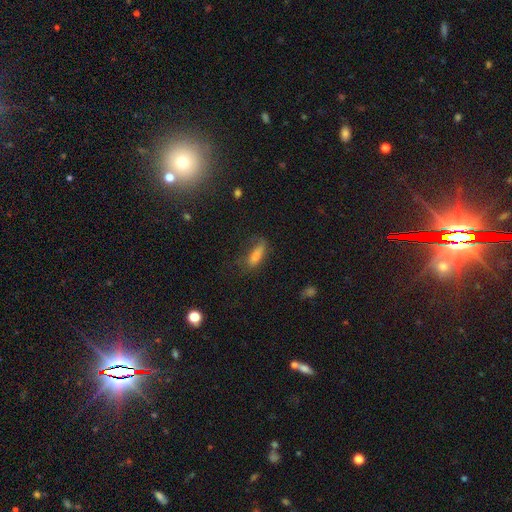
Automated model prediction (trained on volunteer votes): A smooth galaxy with no disk features (68%) that is in between round and cigar-shaped (51%).

Vote fractions:
- Smooth or featured? smooth: 68% / featured or disk: 18% / star or artifact: 14%
- How rounded? in between: 51% / cigar-shaped: 45% / round: 4%
- Merging? none: 47% / minor disturbance: 28% / major disturbance: 22% / merger: 3%